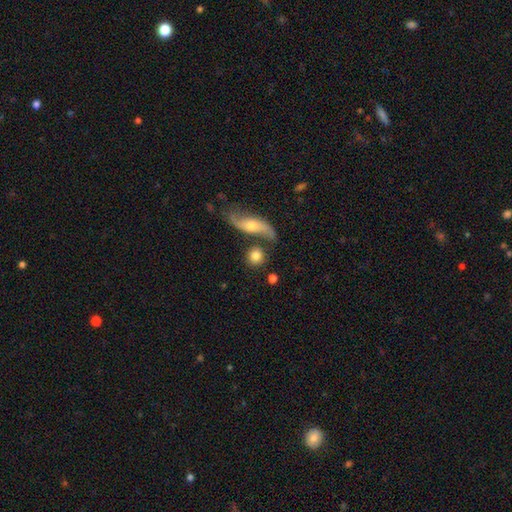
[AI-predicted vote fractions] smooth 75%, featured or disk 18%, star or artifact 7%. Down the decision tree: how rounded — round (83%); merging — none (67%).